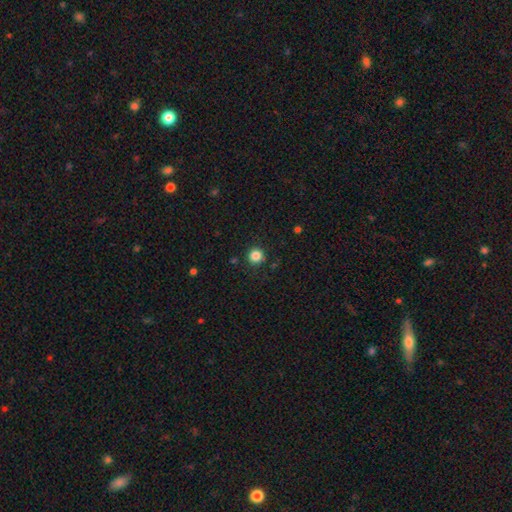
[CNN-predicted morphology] This is clearly a smooth galaxy (85%). How rounded: clearly round (94%). Merging: clearly none (90%).